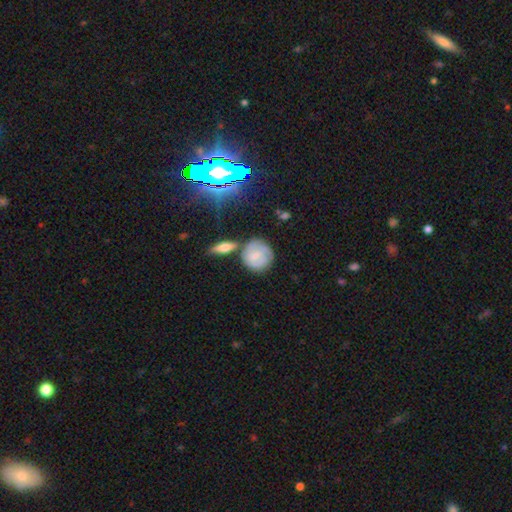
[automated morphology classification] Smooth or featured: featured or disk — 52% (smooth — 39%)
Edge-on disk: no — 95% (yes — 5%)
Merging: none — 60% (minor disturbance — 18%)